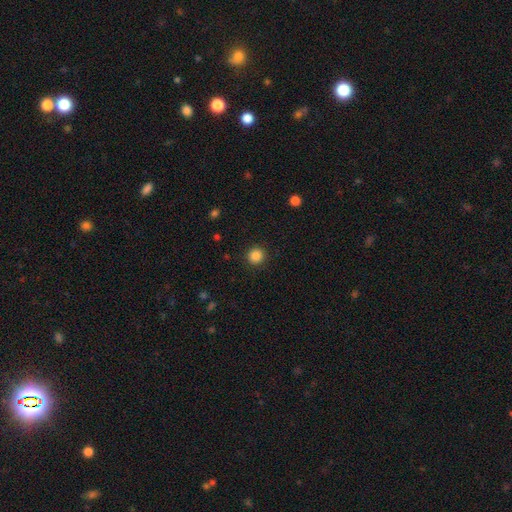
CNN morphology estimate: Overall: smooth (86%). How rounded: round (94%). Merging: none (92%).